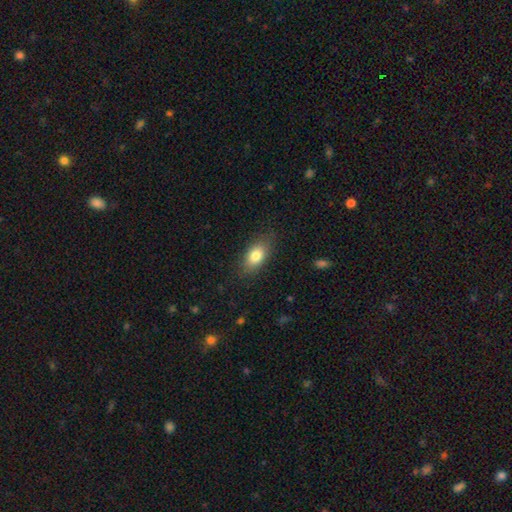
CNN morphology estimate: A smooth galaxy with no disk features (80%) that is in between round and cigar-shaped (87%).

Vote fractions:
- Smooth or featured? smooth: 80% / featured or disk: 12% / star or artifact: 8%
- How rounded? in between: 87% / round: 9% / cigar-shaped: 4%
- Merging? none: 81% / minor disturbance: 14% / major disturbance: 4% / merger: 1%